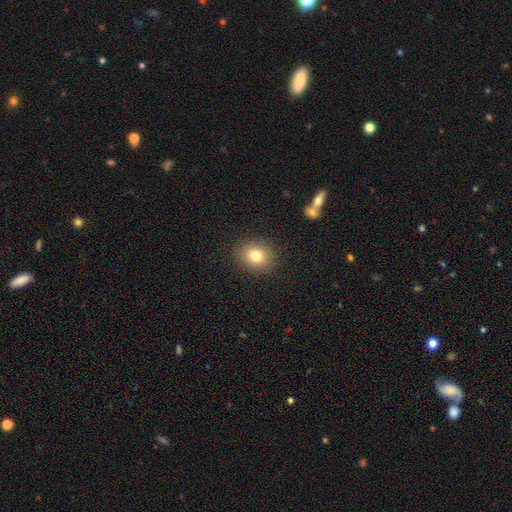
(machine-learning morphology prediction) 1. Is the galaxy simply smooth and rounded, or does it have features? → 80% smooth, 11% star or artifact, 9% featured or disk.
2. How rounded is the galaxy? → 66% round, 33% in between, 1% cigar-shaped.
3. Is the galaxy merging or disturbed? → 88% none, 8% minor disturbance, 3% major disturbance, 1% merger.